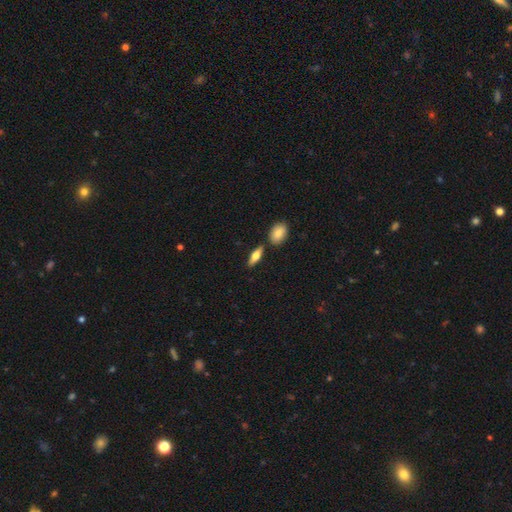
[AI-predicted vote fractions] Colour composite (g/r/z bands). It shows a smooth galaxy with no disk features (59%) that is in between round and cigar-shaped (61%). Merging: none (80%).